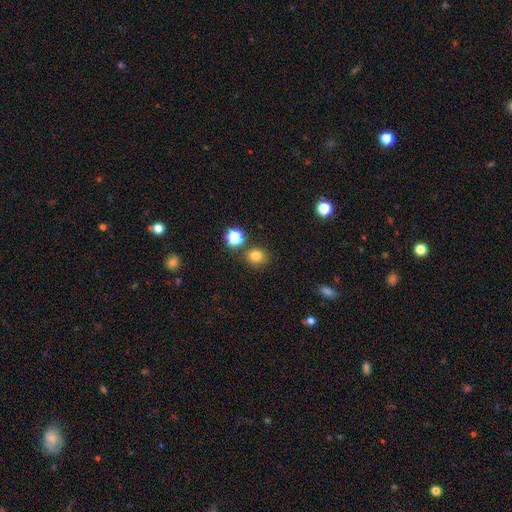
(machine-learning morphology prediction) smooth 78%, star or artifact 16%, featured or disk 6%. Down the decision tree: how rounded — round (76%); merging — none (81%).